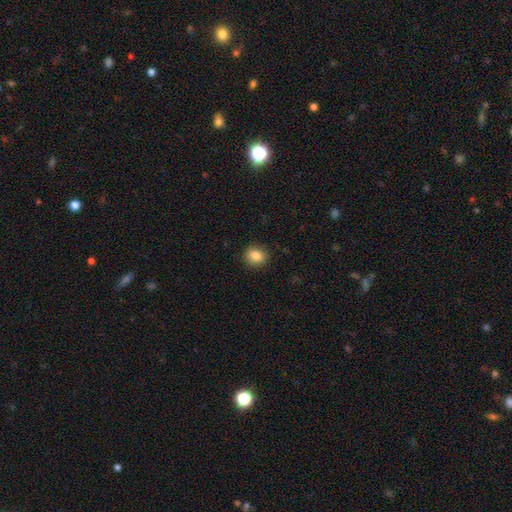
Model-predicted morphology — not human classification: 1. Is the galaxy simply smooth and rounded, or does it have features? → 84% smooth, 10% star or artifact, 6% featured or disk.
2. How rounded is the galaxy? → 71% round, 28% in between, 1% cigar-shaped.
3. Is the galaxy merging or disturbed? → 90% none, 7% minor disturbance, 2% major disturbance, 1% merger.